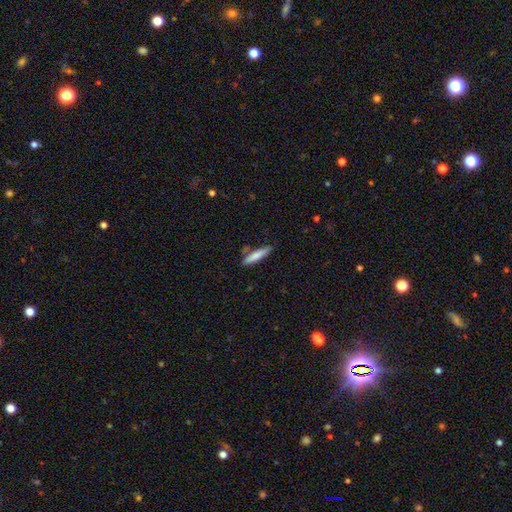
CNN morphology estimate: Overall: smooth (77%). How rounded: cigar-shaped (88%). Merging: none (80%).